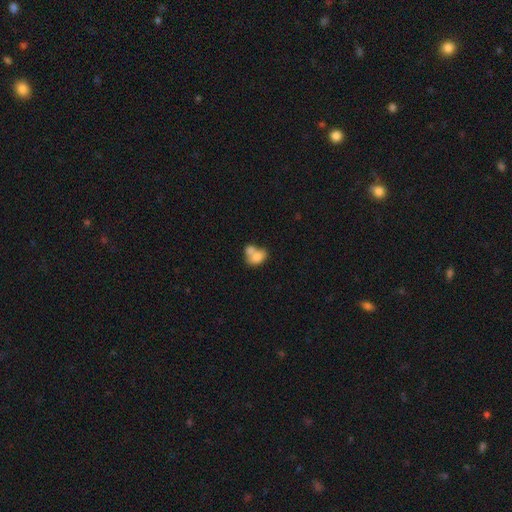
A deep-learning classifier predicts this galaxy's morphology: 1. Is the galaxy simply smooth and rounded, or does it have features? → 76% smooth, 16% featured or disk, 8% star or artifact.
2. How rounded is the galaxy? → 74% in between, 24% round, 1% cigar-shaped.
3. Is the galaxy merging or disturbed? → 63% merger, 22% none, 9% minor disturbance, 5% major disturbance.